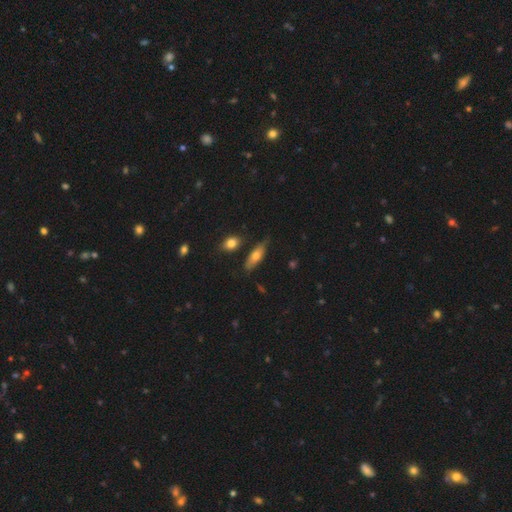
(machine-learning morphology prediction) The model was most divided on "how rounded": in between: 58%, cigar-shaped: 39%, round: 3%. More confident: merging — none (71%); smooth or featured — smooth (65%).